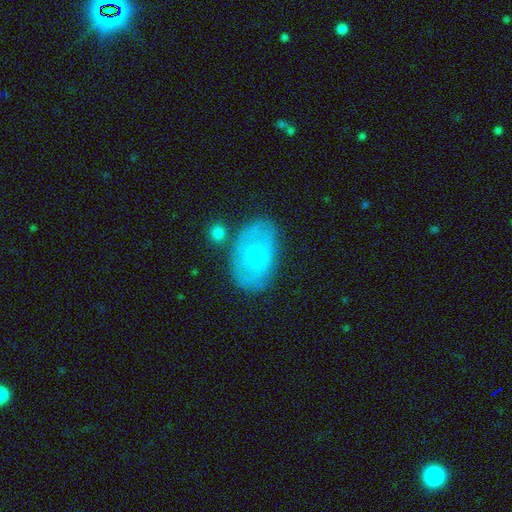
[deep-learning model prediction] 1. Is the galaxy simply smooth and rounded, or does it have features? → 53% smooth, 40% featured or disk, 7% star or artifact.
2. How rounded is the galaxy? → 88% in between, 11% round, 1% cigar-shaped.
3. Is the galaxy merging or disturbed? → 62% none, 23% minor disturbance, 8% major disturbance, 7% merger.